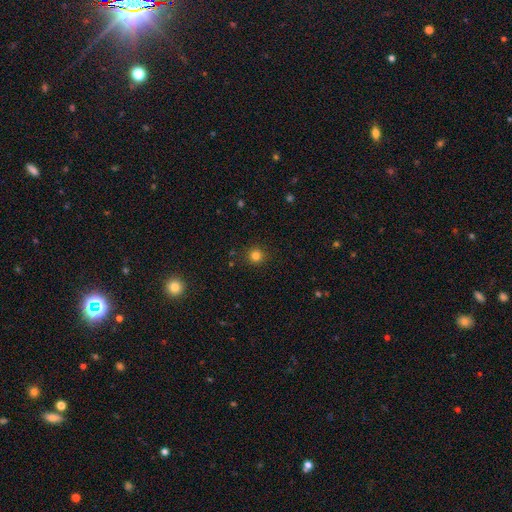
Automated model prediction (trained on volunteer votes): A smooth galaxy with no disk features (80%) that is round (94%).

Vote fractions:
- Smooth or featured? smooth: 80% / star or artifact: 15% / featured or disk: 5%
- How rounded? round: 94% / in between: 5% / cigar-shaped: 1%
- Merging? none: 91% / minor disturbance: 6% / major disturbance: 2% / merger: 1%